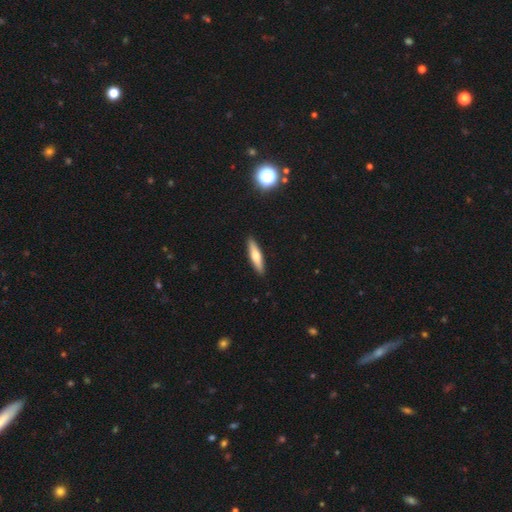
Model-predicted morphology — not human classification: type=smooth (57%); roundness=cigar-shaped (80%); merging=none (91%).